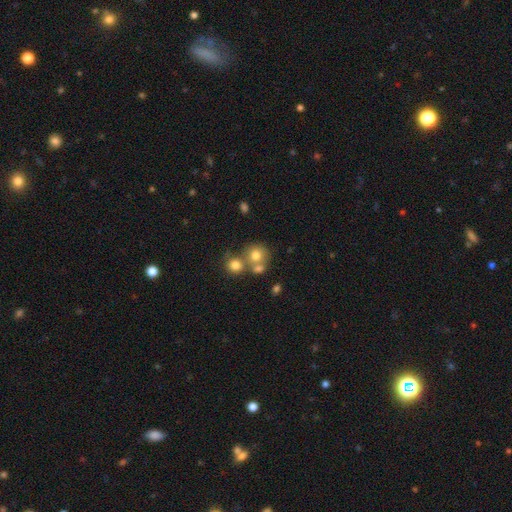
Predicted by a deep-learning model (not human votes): This is likely a smooth galaxy (74%). How rounded: clearly round (83%). Merging: marginally none (45%).